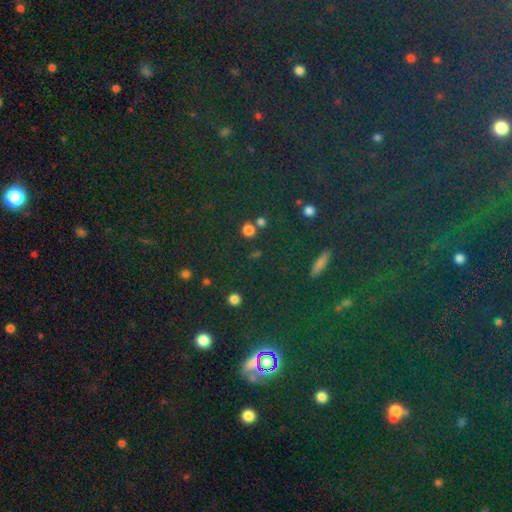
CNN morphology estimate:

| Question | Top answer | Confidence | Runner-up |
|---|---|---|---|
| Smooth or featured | star or artifact | 78% | smooth (14%) |